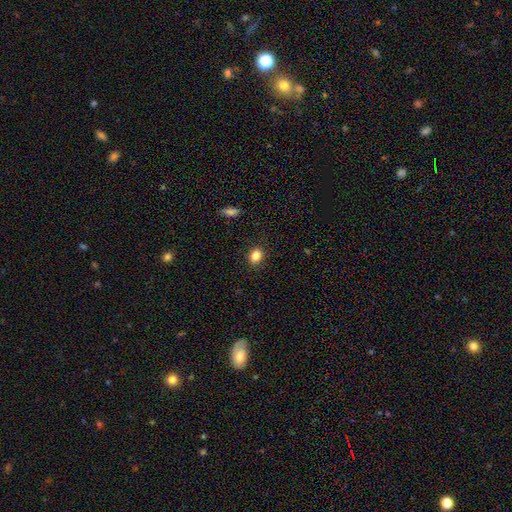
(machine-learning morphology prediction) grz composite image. It shows a smooth galaxy with no disk features (85%) that is in between round and cigar-shaped (56%). Merging: none (89%).